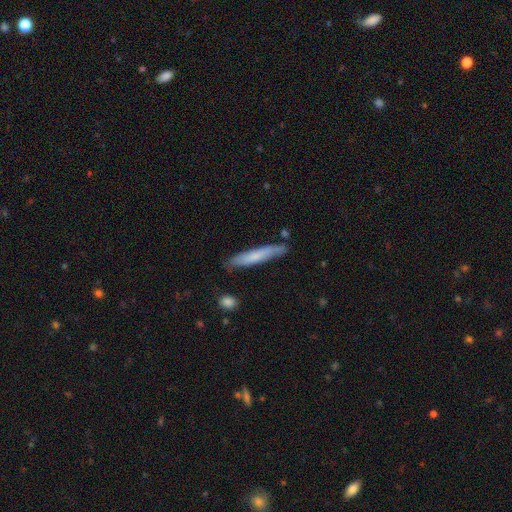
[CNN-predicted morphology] A smooth galaxy with no disk features (66%) that is cigar-shaped (92%). Merging: none (78%).